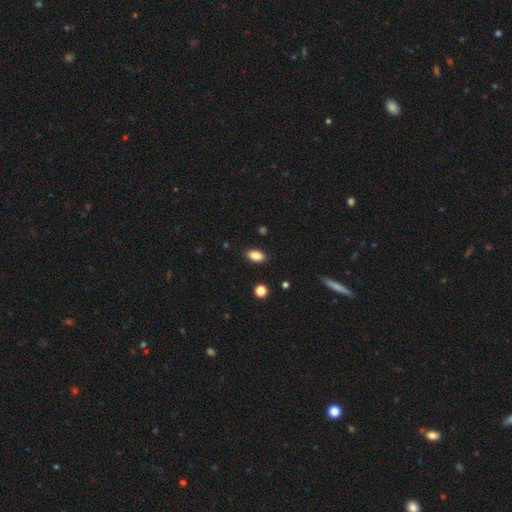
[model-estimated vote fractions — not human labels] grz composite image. It shows a smooth galaxy with no disk features (87%) that is in between round and cigar-shaped (90%). Merging: none (89%).